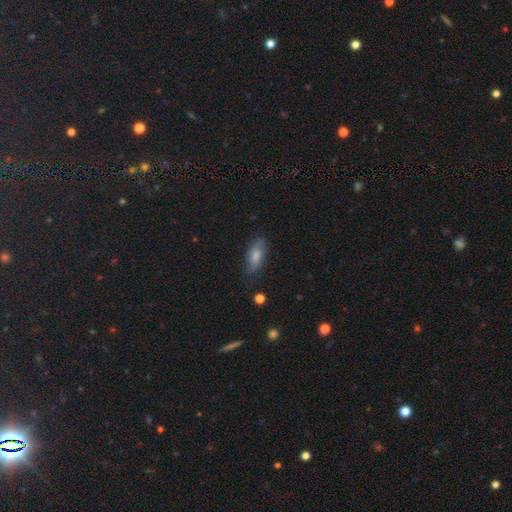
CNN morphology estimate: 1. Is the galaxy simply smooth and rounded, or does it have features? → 73% smooth, 20% featured or disk, 7% star or artifact.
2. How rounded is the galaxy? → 83% in between, 14% cigar-shaped, 3% round.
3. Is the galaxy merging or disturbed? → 72% none, 21% minor disturbance, 5% major disturbance, 2% merger.